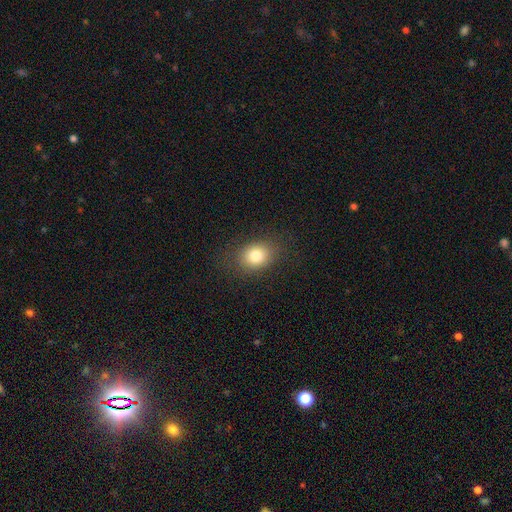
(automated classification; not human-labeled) This is clearly a smooth galaxy (80%). How rounded: possibly in between (57%). Merging: clearly none (84%).